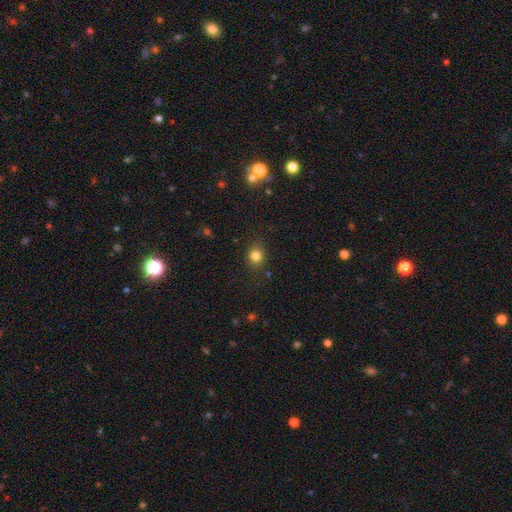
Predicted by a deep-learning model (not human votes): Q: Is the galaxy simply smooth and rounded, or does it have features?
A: smooth — 81%.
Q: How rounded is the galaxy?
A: round — 66%.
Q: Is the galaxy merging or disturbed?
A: none — 85%.